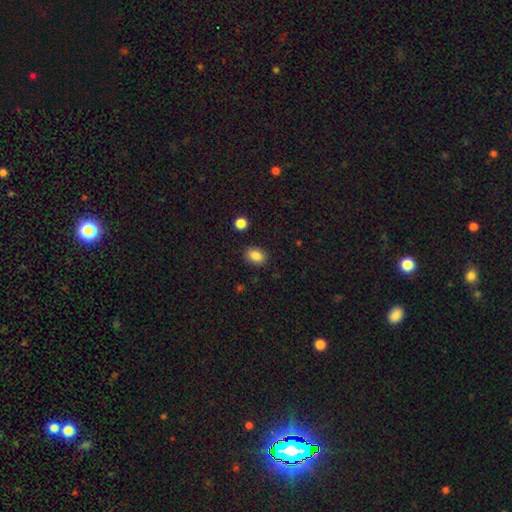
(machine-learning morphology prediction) This appears to be a smooth galaxy with no disk features (86%) that is in between round and cigar-shaped (71%). Merging: none (86%).